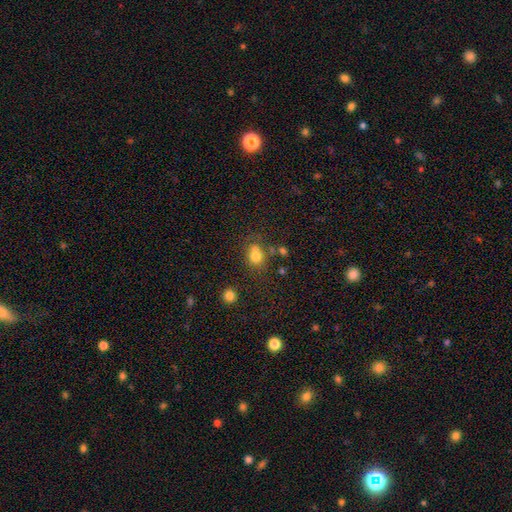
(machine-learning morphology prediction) smooth_or_featured: smooth (p=0.75) [alt: star or artifact p=0.14]
how_rounded: in between (p=0.50) [alt: round p=0.48]
merging: none (p=0.52) [alt: merger p=0.21]